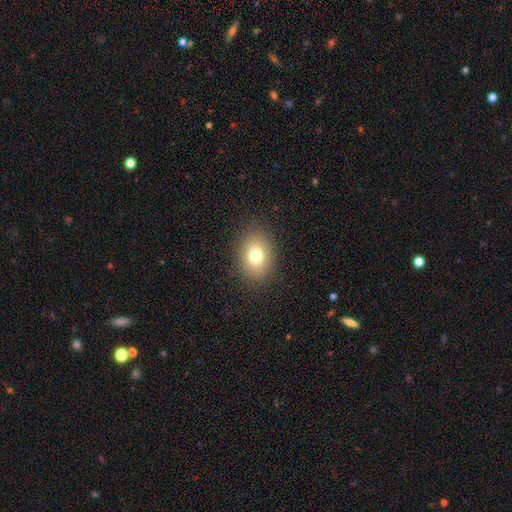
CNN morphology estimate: smooth-or-featured: smooth: 77% | star or artifact: 12% | featured or disk: 11%
  how-rounded: in between: 65% | round: 33% | cigar-shaped: 1%
  merging: none: 87% | minor disturbance: 9% | major disturbance: 3% | merger: 1%